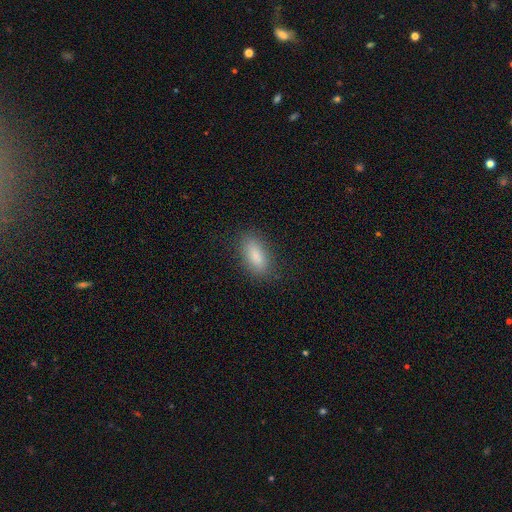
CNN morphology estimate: A smooth galaxy with no disk features (85%) that is in between round and cigar-shaped (82%). Merging: none (85%).